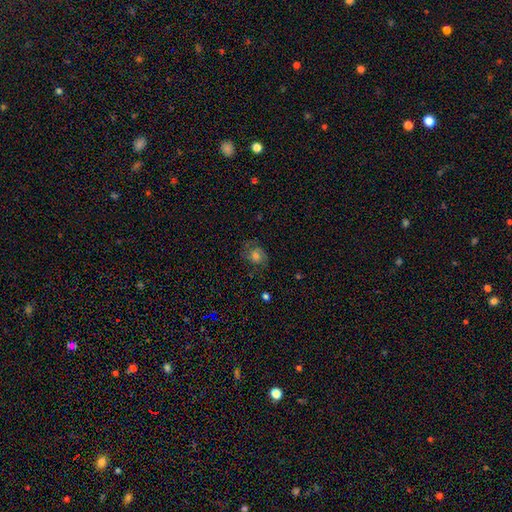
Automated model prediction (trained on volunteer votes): Overall: smooth (45%; featured or disk 39%). Merging: none (66%).